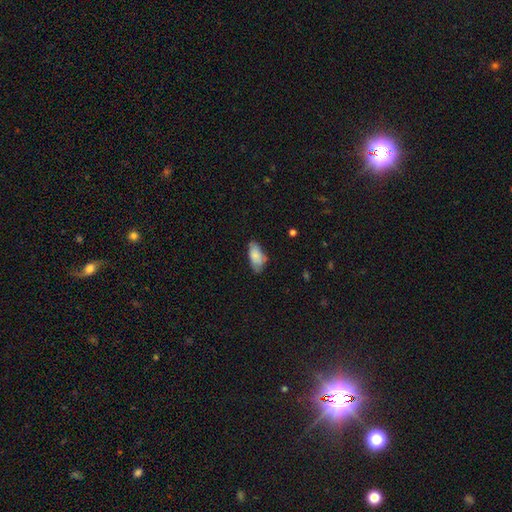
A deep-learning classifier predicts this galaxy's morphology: smooth 81%, featured or disk 12%, star or artifact 7%. Down the decision tree: how rounded — in between (91%); merging — none (62%).